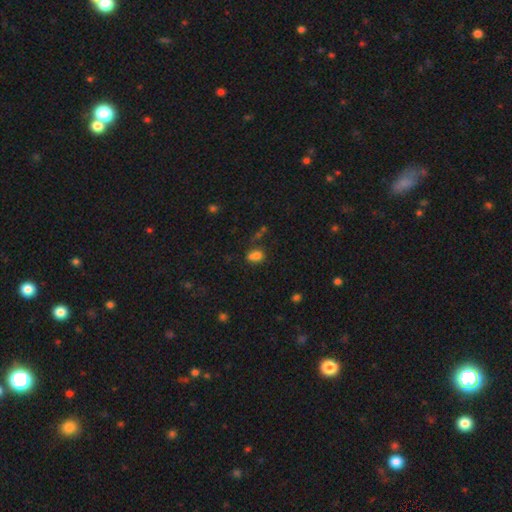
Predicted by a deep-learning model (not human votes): A smooth galaxy with no disk features (73%) that is in between round and cigar-shaped (53%). Merging: merger (38%, tied with none).